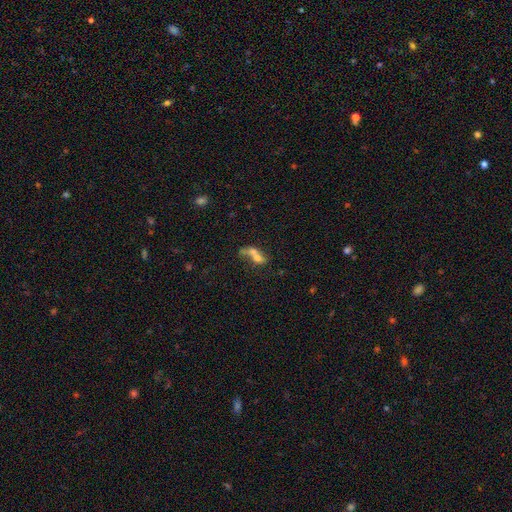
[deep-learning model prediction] This is possibly a smooth galaxy (59%). How rounded: likely in between (64%). Merging: likely merger (67%).